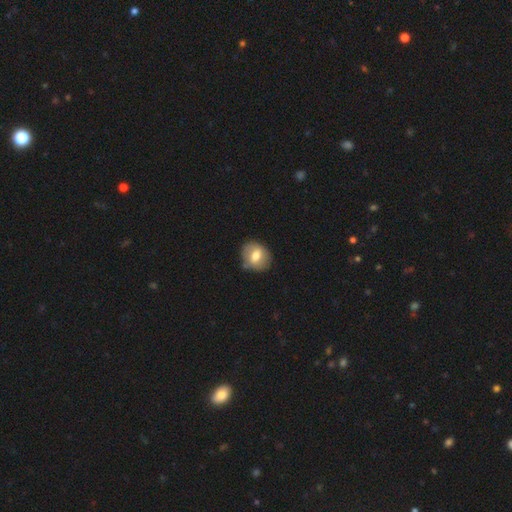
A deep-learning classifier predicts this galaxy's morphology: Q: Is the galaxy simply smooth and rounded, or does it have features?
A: smooth — 65%.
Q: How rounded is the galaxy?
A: round — 62%.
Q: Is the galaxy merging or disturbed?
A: none — 76%.